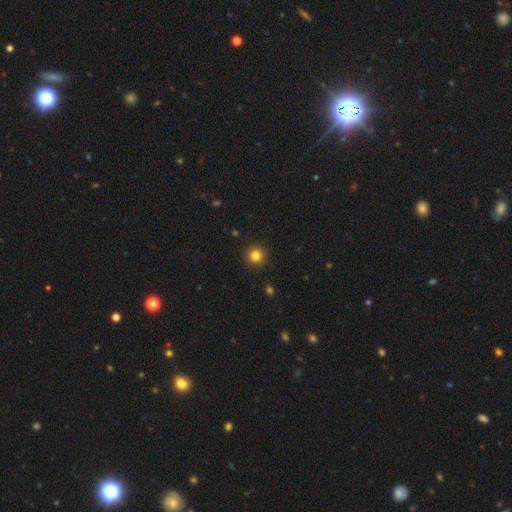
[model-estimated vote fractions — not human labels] Smooth or featured? smooth (83%)
How rounded? round (95%)
Merging? none (92%)